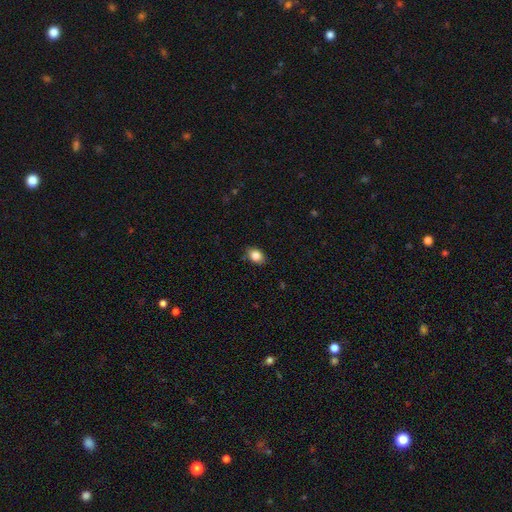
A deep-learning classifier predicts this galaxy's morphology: This is clearly a smooth galaxy (85%). How rounded: likely in between (68%). Merging: clearly none (84%).